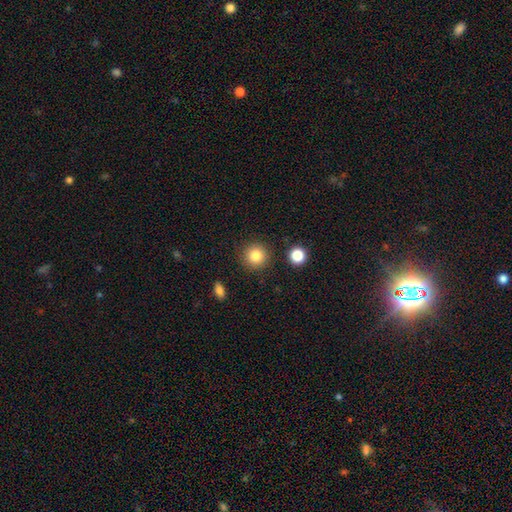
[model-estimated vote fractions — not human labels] Morphology: type=smooth (85%); roundness=round (94%); merging=none (88%).